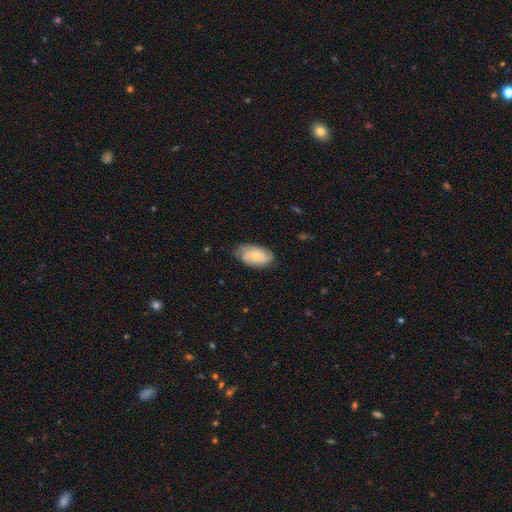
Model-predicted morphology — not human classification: Smooth or featured: smooth — 49% (featured or disk — 44%)
Merging: none — 70% (minor disturbance — 23%)